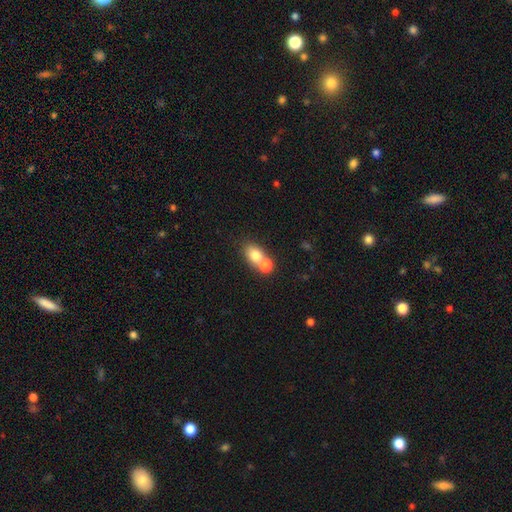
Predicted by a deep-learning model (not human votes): This appears to be a smooth galaxy with no disk features (76%) that is in between round and cigar-shaped (54%). Merging: merger (55%).